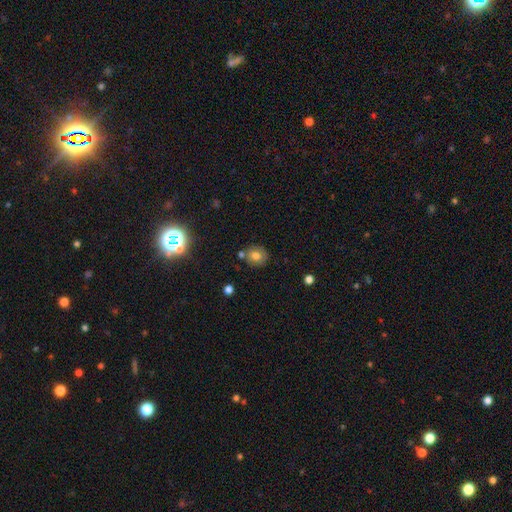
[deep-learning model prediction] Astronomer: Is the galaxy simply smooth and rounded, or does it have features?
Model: smooth — 67%.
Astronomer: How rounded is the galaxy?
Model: round — 76%.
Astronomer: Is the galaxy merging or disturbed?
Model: none — 74%.